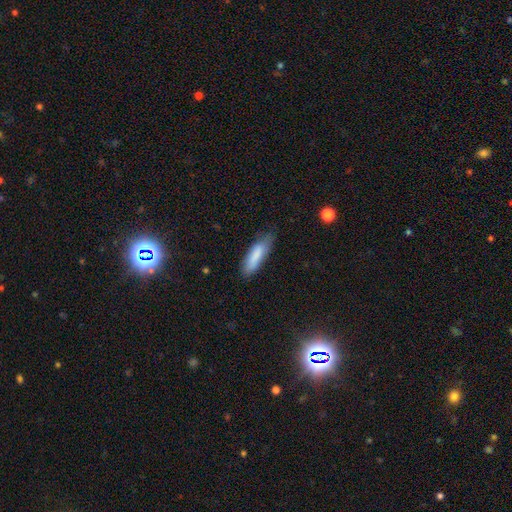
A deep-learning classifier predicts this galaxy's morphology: A smooth galaxy with no disk features (83%) that is cigar-shaped (53%). Merging: none (66%).